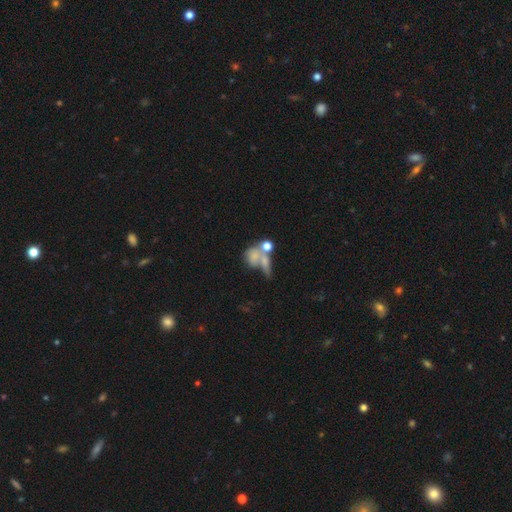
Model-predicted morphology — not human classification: A smooth galaxy with no disk features (58%) that is in between round and cigar-shaped (52%). Merging: merger (50%).